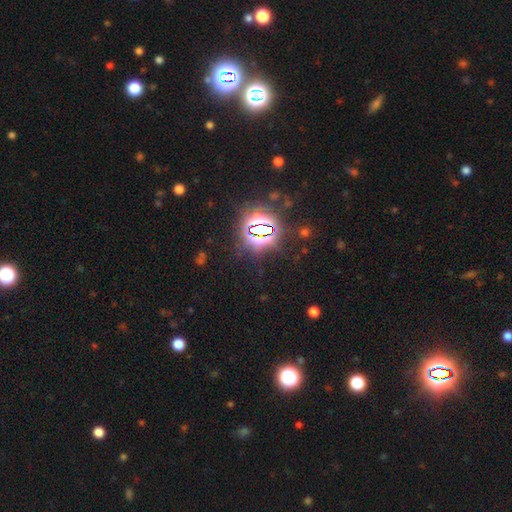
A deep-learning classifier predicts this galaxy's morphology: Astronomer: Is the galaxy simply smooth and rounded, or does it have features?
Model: star or artifact — 82%.